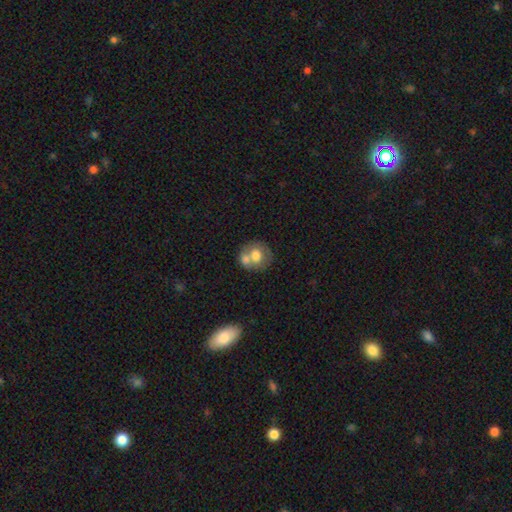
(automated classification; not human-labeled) smooth-or-featured: smooth: 65% | featured or disk: 27% | star or artifact: 8%
  how-rounded: round: 75% | in between: 24% | cigar-shaped: 1%
  merging: merger: 44% | none: 42% | minor disturbance: 10% | major disturbance: 4%